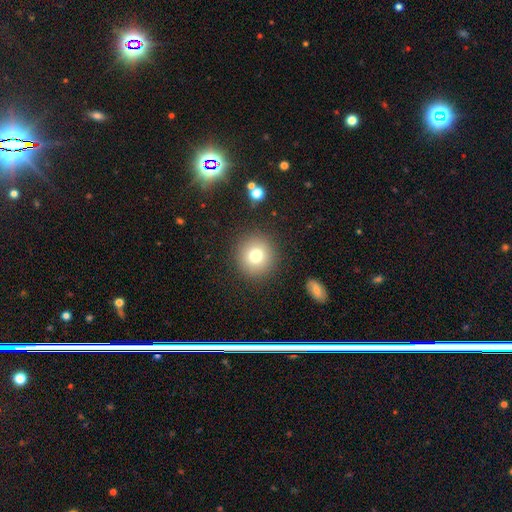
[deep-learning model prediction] Smooth or featured: smooth — 77% (star or artifact — 12%)
How rounded: round — 93% (in between — 6%)
Merging: none — 89% (minor disturbance — 6%)